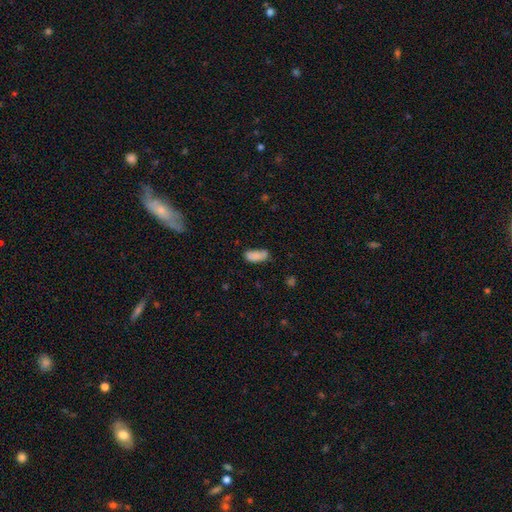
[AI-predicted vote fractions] Morphology: type=smooth (82%); roundness=in between (87%); merging=none (56%).